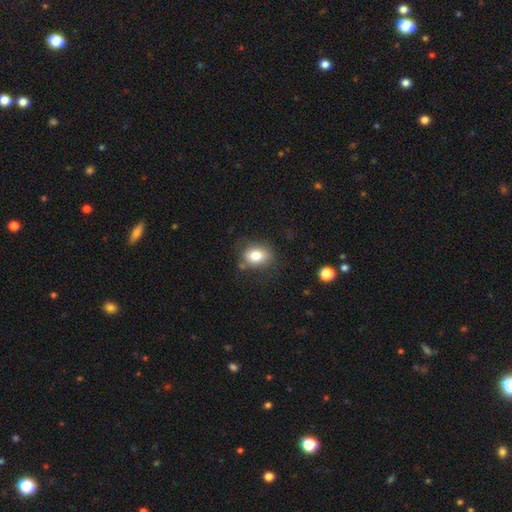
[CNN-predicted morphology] Overall: smooth (79%). How rounded: in between (60%; round 39%). Merging: none (73%).